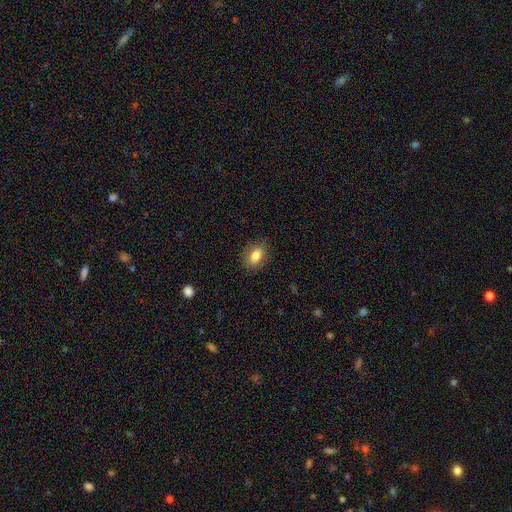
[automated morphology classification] Overall: smooth (81%). How rounded: in between (81%). Merging: none (84%).